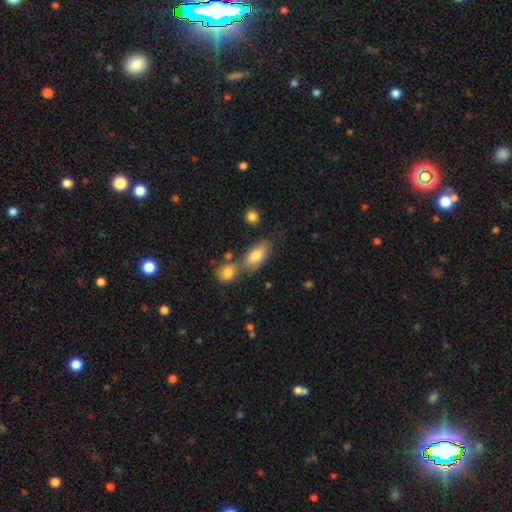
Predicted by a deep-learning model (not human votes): The model was most divided on "merging": none: 48%, merger: 32%, minor disturbance: 15%, major disturbance: 5%. More confident: how rounded — in between (88%); smooth or featured — smooth (78%).